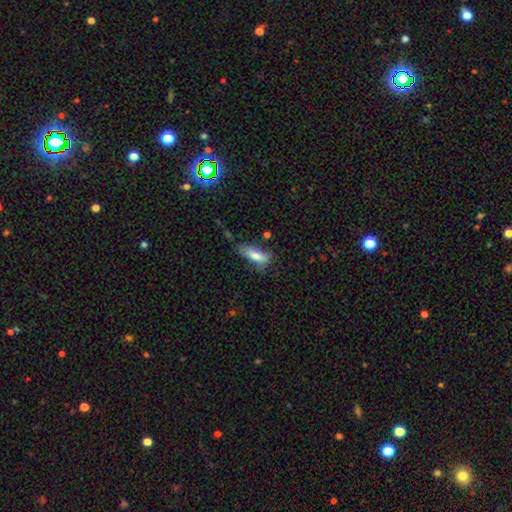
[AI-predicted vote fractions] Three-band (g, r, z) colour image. It shows a smooth galaxy with no disk features (72%) that is in between round and cigar-shaped (63%). Merging: none (55%).